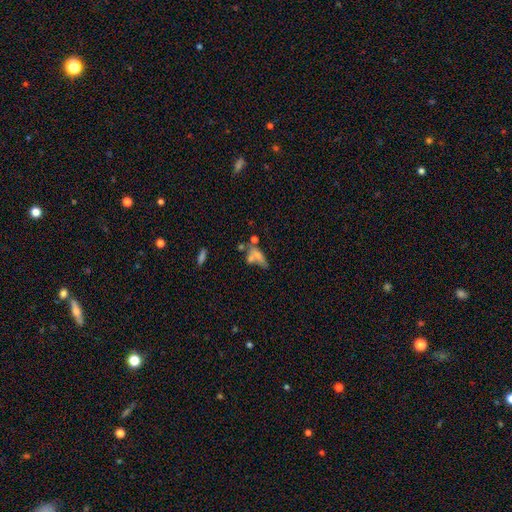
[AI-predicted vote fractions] This is possibly a smooth galaxy (57%). How rounded: likely in between (67%). Merging: marginally merger (39%).